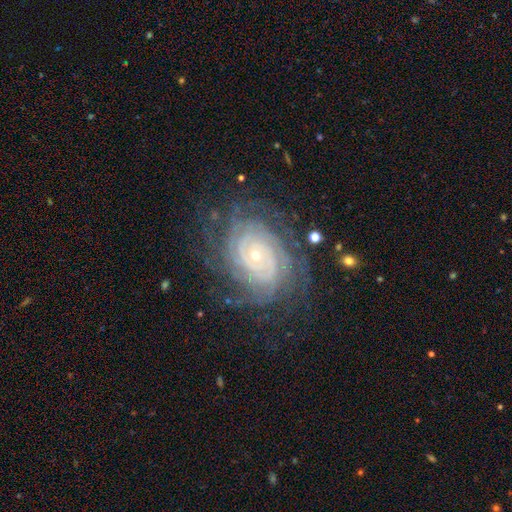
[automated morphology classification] featured or disk 89%, star or artifact 6%, smooth 5%. Down the decision tree: edge-on disk — no (97%); bar — no (72%); spiral arms — yes (98%); spiral arm count — can't tell (28%); spiral winding — tight (84%); bulge size — small (75%); merging — none (76%).